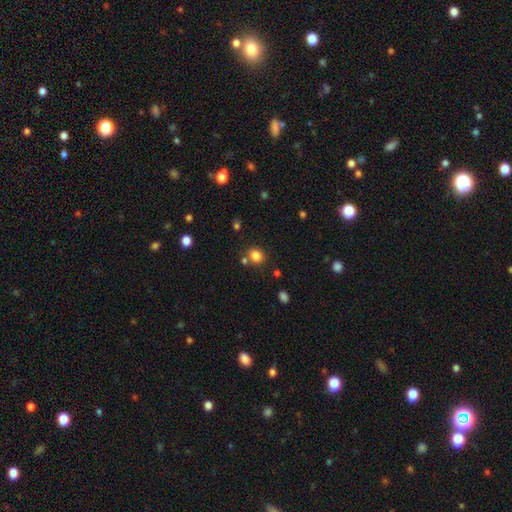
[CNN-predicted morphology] Overall: smooth (83%). How rounded: round (69%; in between 30%). Merging: none (73%).